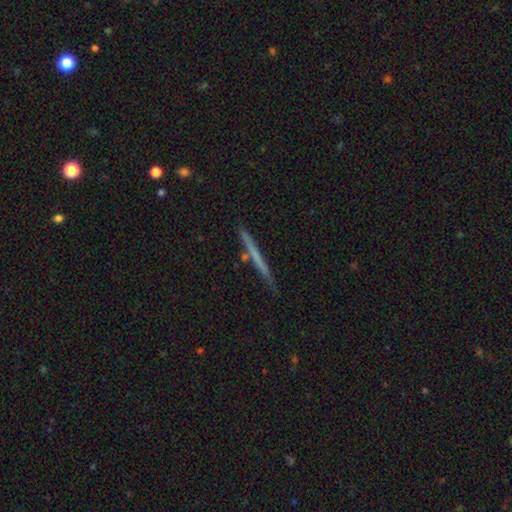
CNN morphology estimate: A featured or disk galaxy (47%, tied with smooth).

Vote fractions:
- Smooth or featured? featured or disk: 47% (tied) / smooth: 47% (tied) / star or artifact: 6%
- Merging? none: 86% / minor disturbance: 10% / merger: 2% / major disturbance: 2%